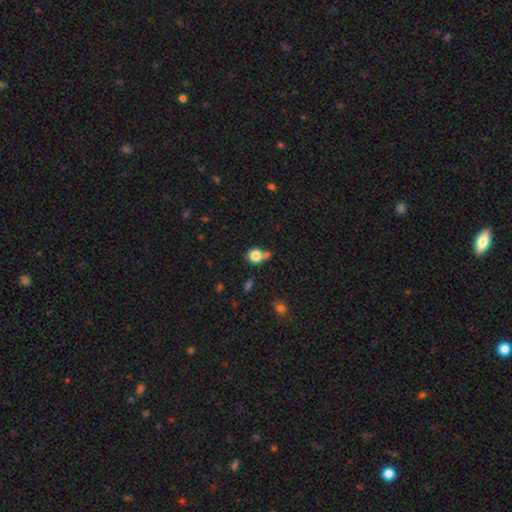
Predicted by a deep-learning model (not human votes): A smooth galaxy with no disk features (82%) that is round (86%). Merging: none (56%).